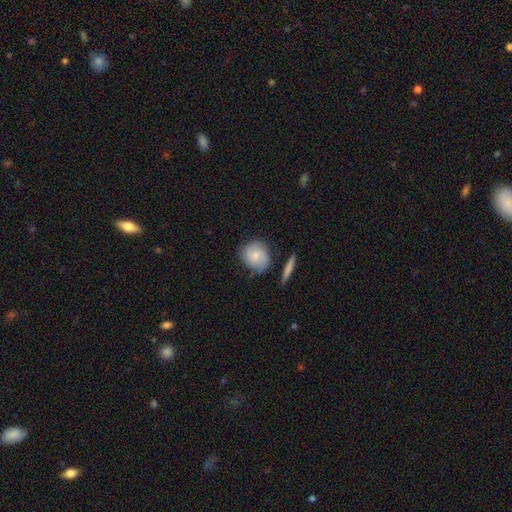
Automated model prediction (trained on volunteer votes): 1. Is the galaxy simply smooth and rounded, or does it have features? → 55% smooth, 38% featured or disk, 7% star or artifact.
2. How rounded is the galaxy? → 76% round, 22% in between, 2% cigar-shaped.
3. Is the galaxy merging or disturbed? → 71% none, 18% minor disturbance, 6% merger, 5% major disturbance.